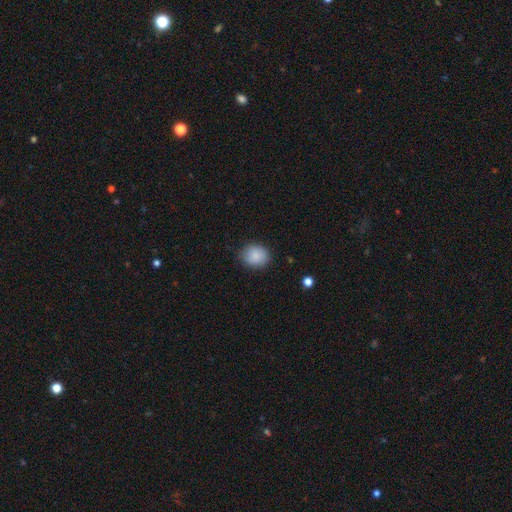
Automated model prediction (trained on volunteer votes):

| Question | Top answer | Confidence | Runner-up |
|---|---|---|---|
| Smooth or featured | smooth | 88% | star or artifact (8%) |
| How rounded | round | 62% | in between (37%) |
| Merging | none | 83% | minor disturbance (13%) |